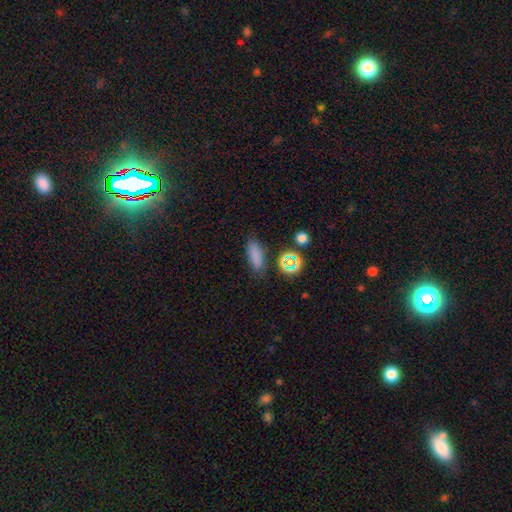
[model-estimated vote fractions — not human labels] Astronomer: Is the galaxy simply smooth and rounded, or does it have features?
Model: smooth — 77%.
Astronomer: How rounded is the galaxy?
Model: in between — 66%.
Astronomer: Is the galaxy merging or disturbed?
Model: none — 78%.